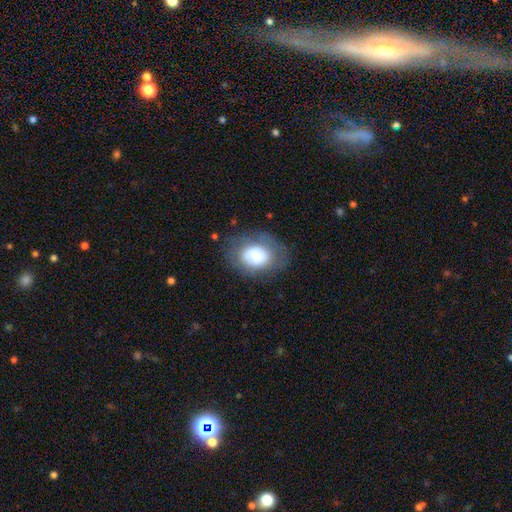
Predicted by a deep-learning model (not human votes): Smooth or featured?
  - smooth: 74% *
  - featured or disk: 17%
  - star or artifact: 8%
How rounded?
  - in between: 70% *
  - round: 29%
  - cigar-shaped: 1%
Merging?
  - none: 60% *
  - minor disturbance: 23%
  - major disturbance: 15%
  - merger: 3%